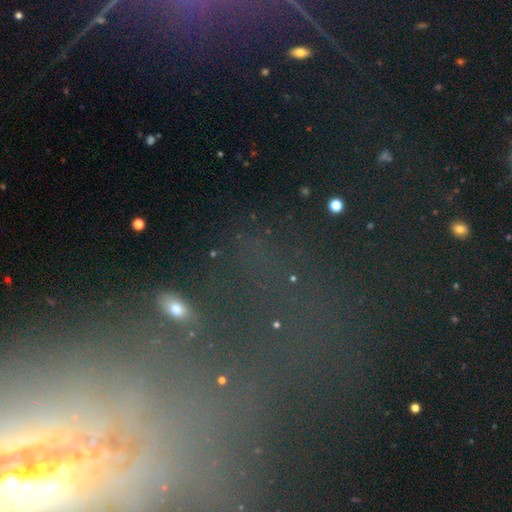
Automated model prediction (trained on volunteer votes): A star or artifact, not a galaxy (55%).

Vote fractions:
- Smooth or featured? star or artifact: 55% / smooth: 26% / featured or disk: 19%